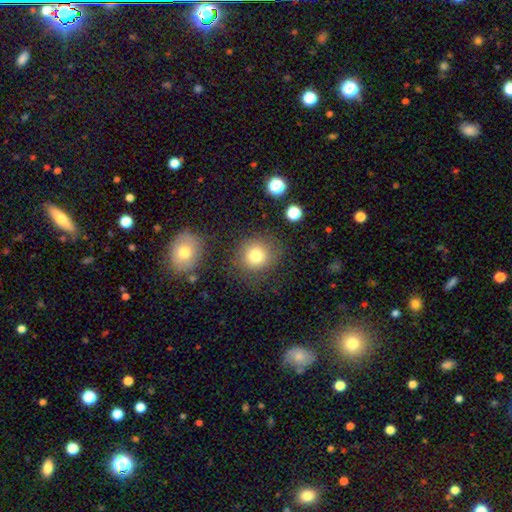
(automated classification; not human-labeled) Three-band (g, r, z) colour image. It shows a smooth galaxy with no disk features (79%) that is round (87%). Merging: none (78%).